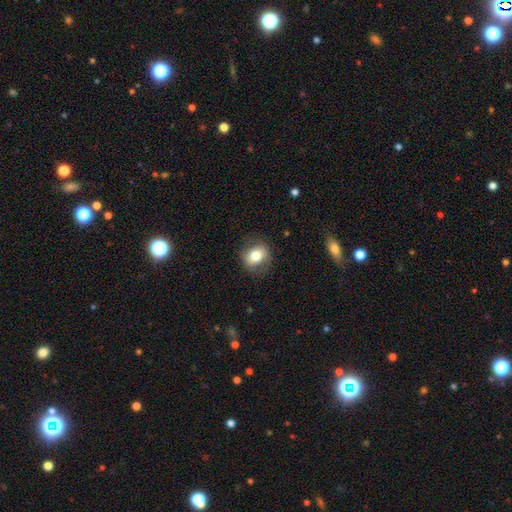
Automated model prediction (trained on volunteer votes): Overall: smooth (73%). How rounded: round (54%; in between 45%). Merging: none (82%).